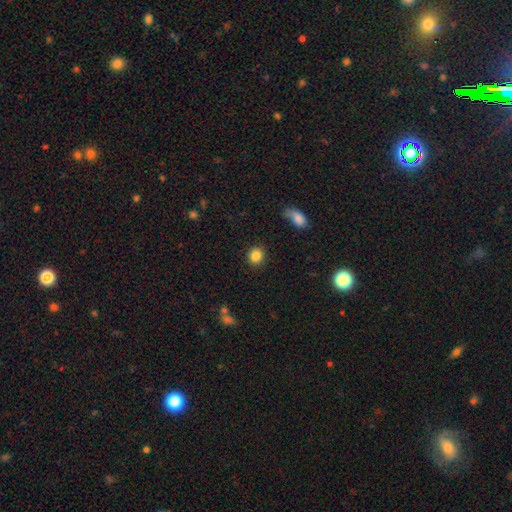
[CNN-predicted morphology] smooth-or-featured: smooth: 86% | star or artifact: 10% | featured or disk: 4%
  how-rounded: round: 81% | in between: 18% | cigar-shaped: 1%
  merging: none: 89% | minor disturbance: 7% | major disturbance: 2% | merger: 2%